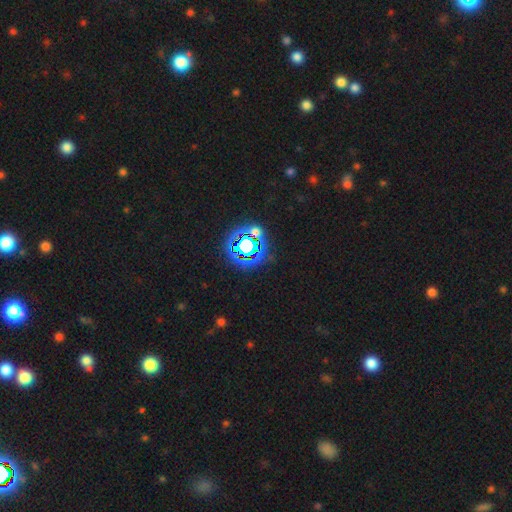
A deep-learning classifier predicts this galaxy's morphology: Smooth or featured? star or artifact (80%)